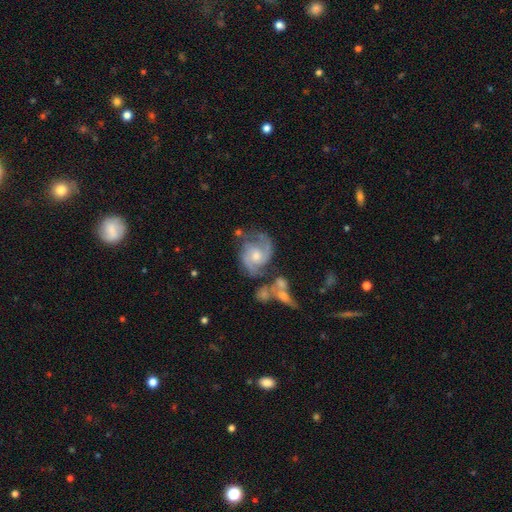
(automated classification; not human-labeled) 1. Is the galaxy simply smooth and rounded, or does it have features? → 86% featured or disk, 9% smooth, 5% star or artifact.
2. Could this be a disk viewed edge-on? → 98% no, 2% yes.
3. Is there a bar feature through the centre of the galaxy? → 61% no, 33% weak, 6% strong.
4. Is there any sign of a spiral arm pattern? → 96% yes, 4% no.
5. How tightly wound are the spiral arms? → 53% medium, 30% tight, 17% loose.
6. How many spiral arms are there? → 78% 2, 8% 3, 7% can't tell, 3% 1, 2% 4, 2% more than 4.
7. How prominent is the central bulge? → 58% moderate, 32% small, 5% large, 3% none, 1% dominant.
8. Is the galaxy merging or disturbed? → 48% none, 20% minor disturbance, 18% merger, 14% major disturbance.